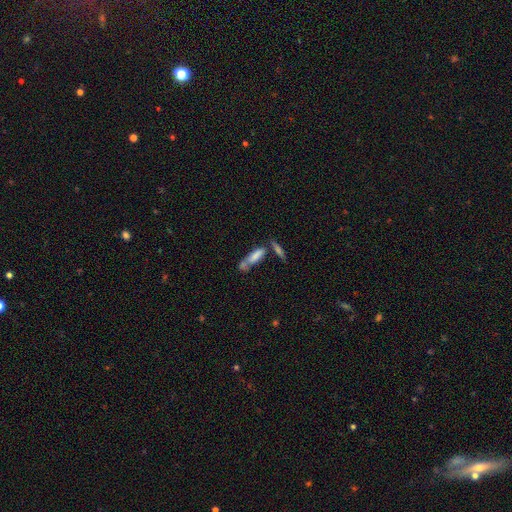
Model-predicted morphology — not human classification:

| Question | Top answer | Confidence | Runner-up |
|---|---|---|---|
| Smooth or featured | smooth | 69% | featured or disk (22%) |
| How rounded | cigar-shaped | 52% | in between (46%) |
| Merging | merger | 41% | none (37%) |